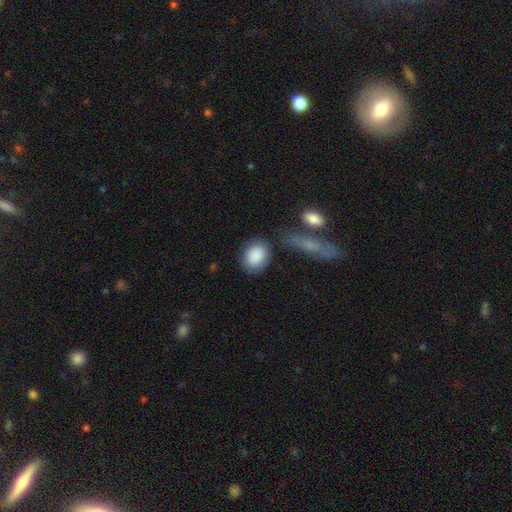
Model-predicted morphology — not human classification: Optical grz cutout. It shows a smooth galaxy with no disk features (88%) that is in between round and cigar-shaped (67%). Merging: none (74%).